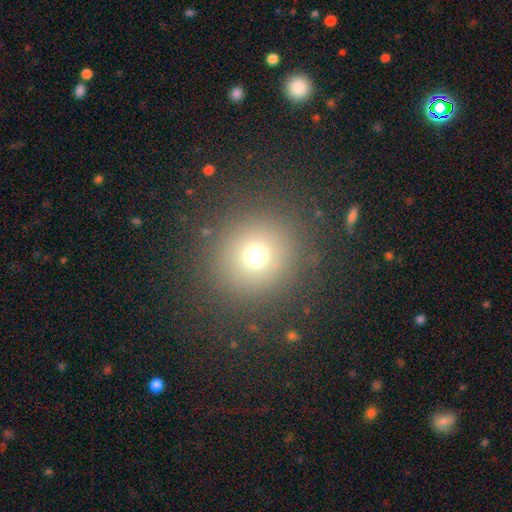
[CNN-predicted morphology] smooth_or_featured: smooth (p=0.71) [alt: star or artifact p=0.20]
how_rounded: round (p=0.92) [alt: in between p=0.07]
merging: none (p=0.86) [alt: minor disturbance p=0.07]